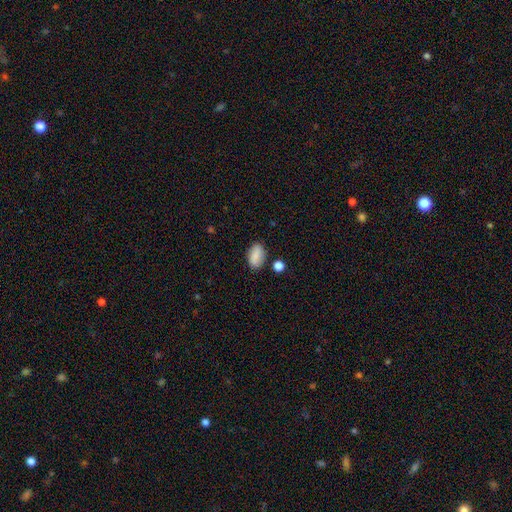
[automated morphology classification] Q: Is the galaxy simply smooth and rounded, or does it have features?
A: smooth — 84%.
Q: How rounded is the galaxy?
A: in between — 91%.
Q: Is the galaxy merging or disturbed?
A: none — 79%.